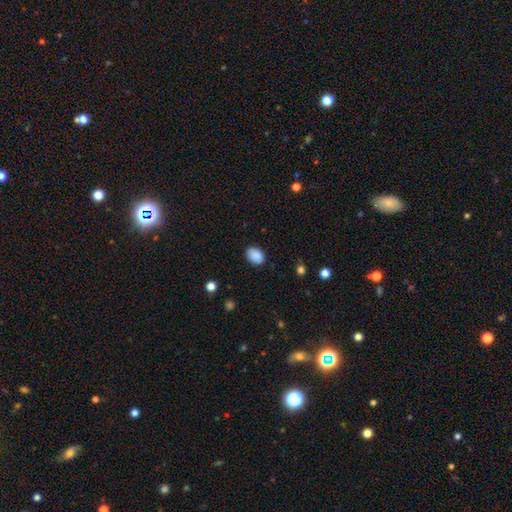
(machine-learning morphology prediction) type=smooth (89%); roundness=in between (80%); merging=none (85%).